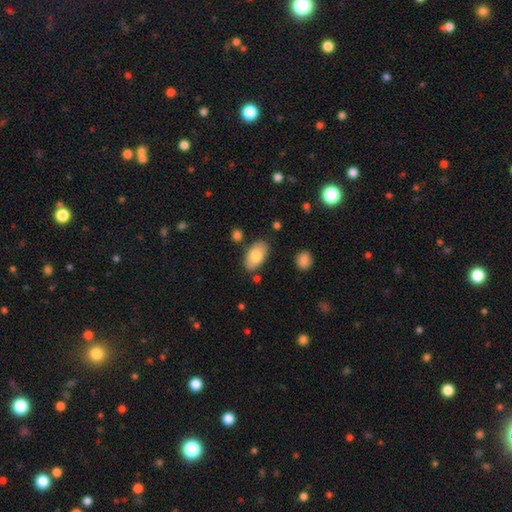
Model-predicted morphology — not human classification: smooth_or_featured: smooth (p=0.80) [alt: featured or disk p=0.14]
how_rounded: in between (p=0.94) [alt: round p=0.04]
merging: none (p=0.81) [alt: minor disturbance p=0.12]